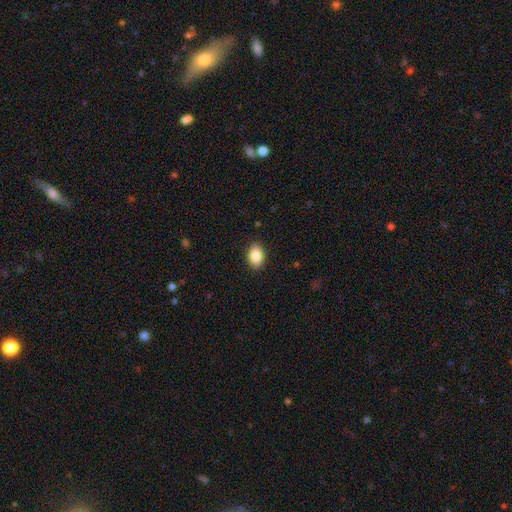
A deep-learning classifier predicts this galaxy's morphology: This is clearly a smooth galaxy (88%). How rounded: clearly in between (84%). Merging: clearly none (89%).